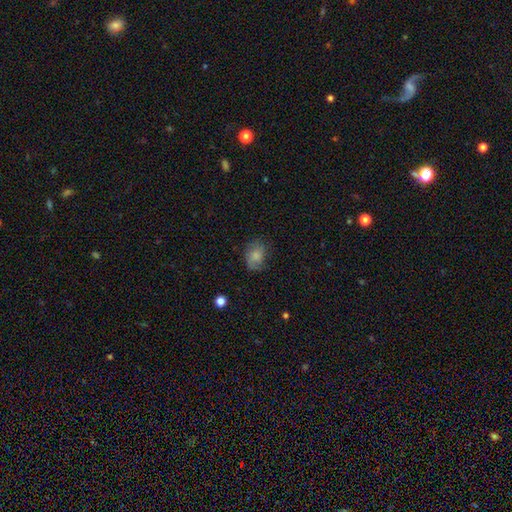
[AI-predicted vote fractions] This appears to be a smooth galaxy with no disk features (73%) that is in between round and cigar-shaped (60%). Merging: none (62%).